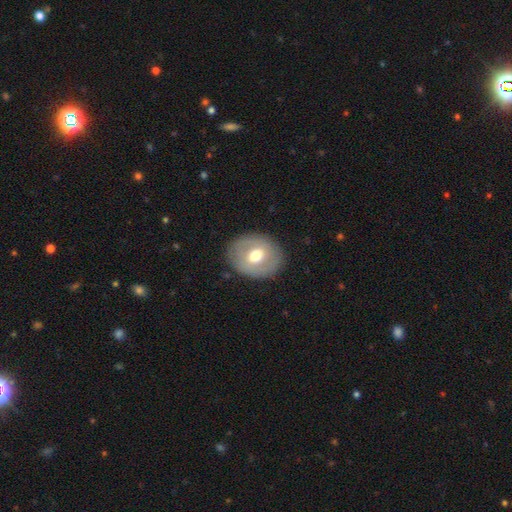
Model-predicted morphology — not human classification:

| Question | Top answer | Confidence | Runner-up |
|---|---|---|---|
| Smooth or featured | smooth | 53% | featured or disk (40%) |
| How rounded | round | 55% | in between (44%) |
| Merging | none | 83% | minor disturbance (11%) |